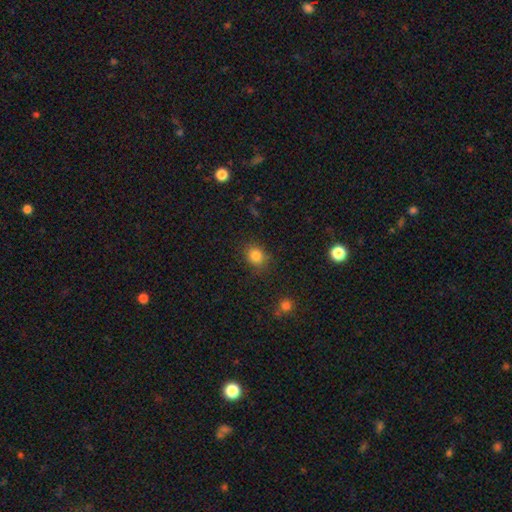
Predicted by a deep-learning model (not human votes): Smooth or featured? Predicted: smooth (p=0.83). How rounded? Predicted: round (p=0.69). Merging? Predicted: none (p=0.80).